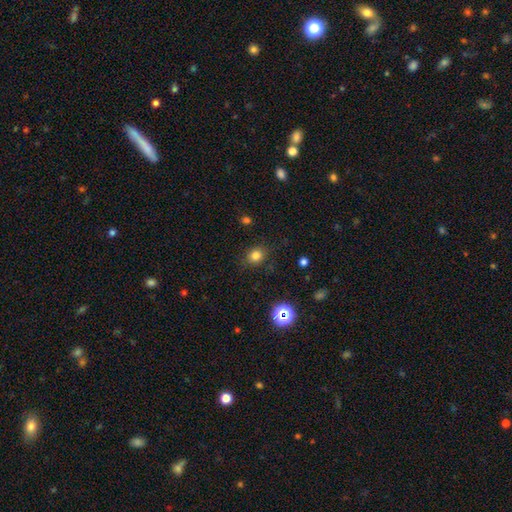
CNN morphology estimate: Smooth or featured? smooth (78%)
How rounded? round (71%)
Merging? none (85%)